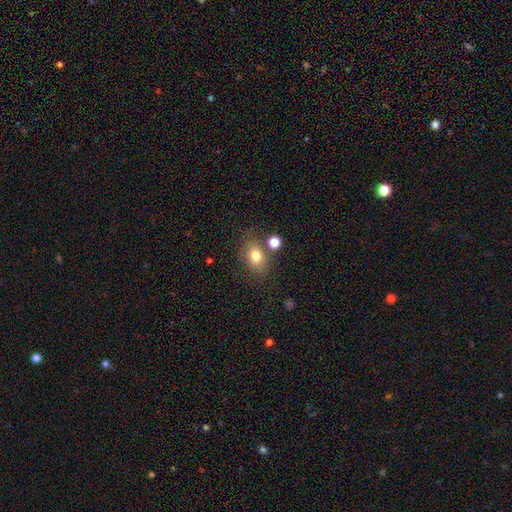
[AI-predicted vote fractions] Overall: smooth (77%). How rounded: in between (61%; round 37%). Merging: none (70%).